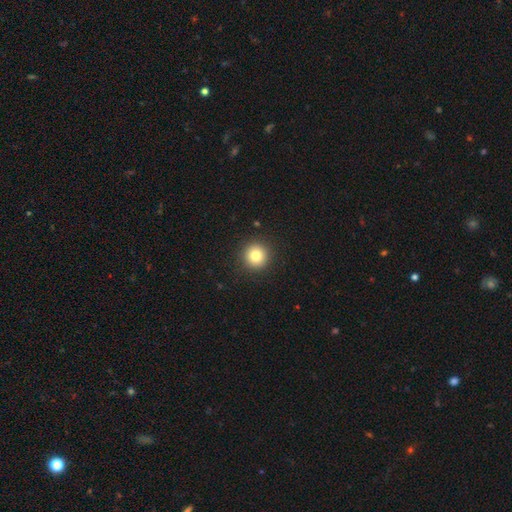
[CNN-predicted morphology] Smooth or featured? Predicted: smooth (p=0.81). How rounded? Predicted: round (p=0.95). Merging? Predicted: none (p=0.92).